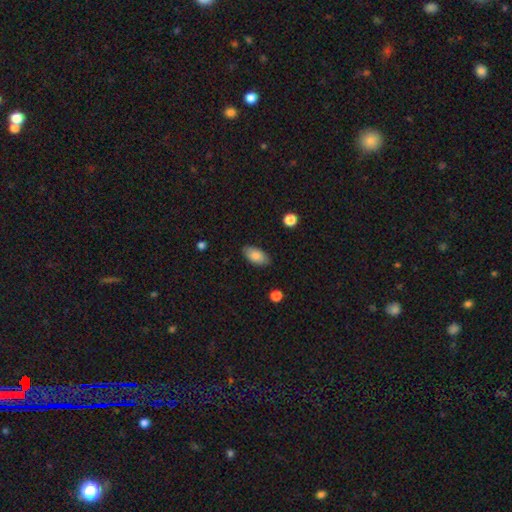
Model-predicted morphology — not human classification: smooth_or_featured: smooth (p=0.85) [alt: featured or disk p=0.08]
how_rounded: in between (p=0.94) [alt: round p=0.03]
merging: none (p=0.84) [alt: minor disturbance p=0.13]